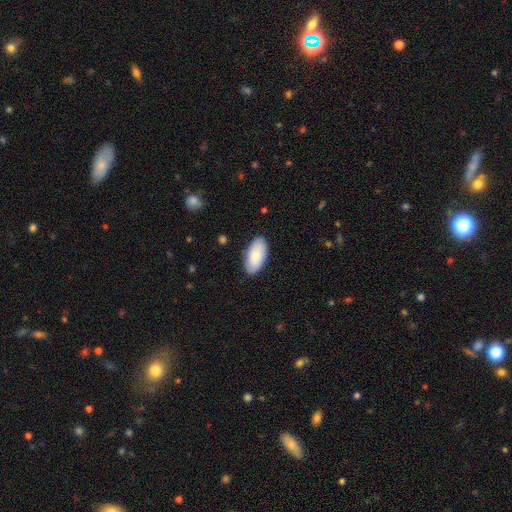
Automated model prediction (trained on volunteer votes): smooth-or-featured: smooth: 87% | featured or disk: 8% | star or artifact: 5%
  how-rounded: in between: 95% | cigar-shaped: 4% | round: 2%
  merging: none: 86% | minor disturbance: 11% | major disturbance: 2% | merger: 1%